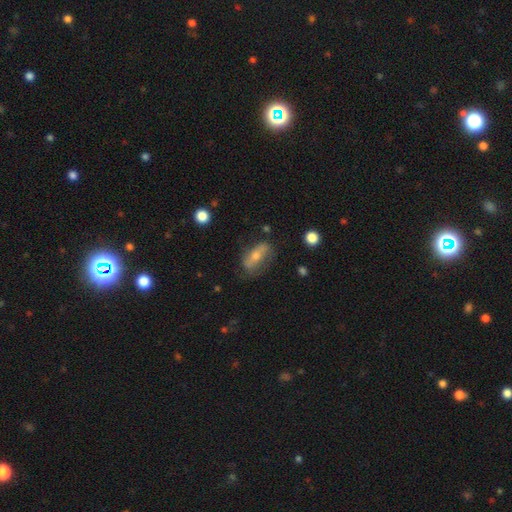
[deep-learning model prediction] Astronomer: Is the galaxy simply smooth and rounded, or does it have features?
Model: featured or disk — 50% (runner-up: smooth, 40%).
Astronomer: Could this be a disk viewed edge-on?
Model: no — 73%.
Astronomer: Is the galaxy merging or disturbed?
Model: none — 68%.